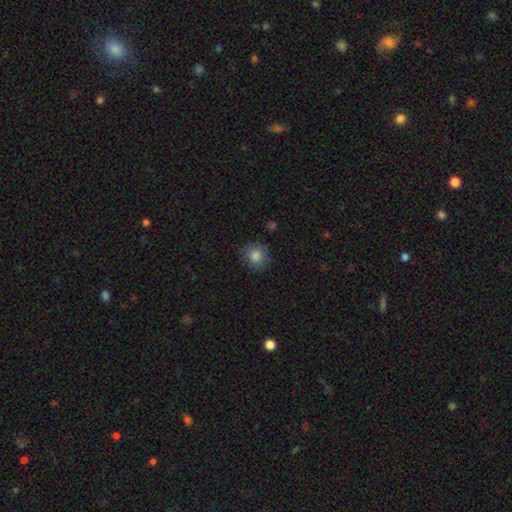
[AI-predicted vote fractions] Smooth or featured: smooth — 84% (star or artifact — 9%)
How rounded: round — 87% (in between — 12%)
Merging: none — 82% (minor disturbance — 14%)